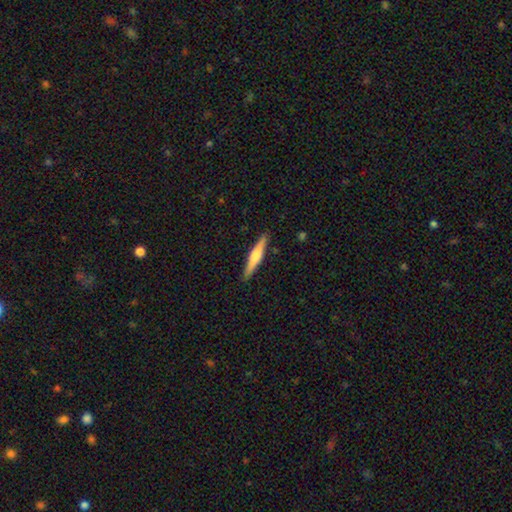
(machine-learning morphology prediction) smooth-or-featured: featured or disk: 50% | smooth: 44% | star or artifact: 5%
  disk-edge-on: yes: 97% | no: 3%
  merging: none: 90% | minor disturbance: 7% | major disturbance: 1% | merger: 1%